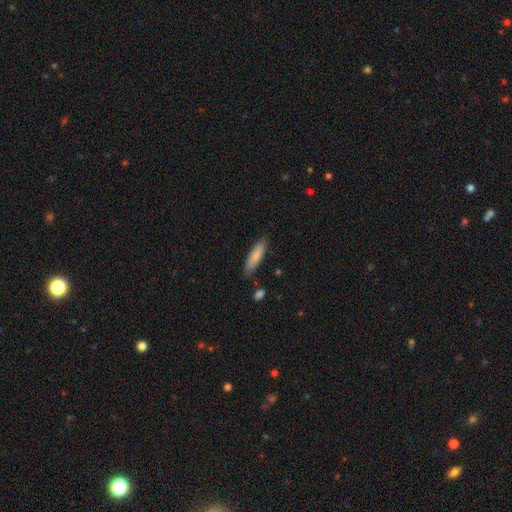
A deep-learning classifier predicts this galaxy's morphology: Overall: smooth (82%). How rounded: cigar-shaped (61%; in between 37%). Merging: none (82%).